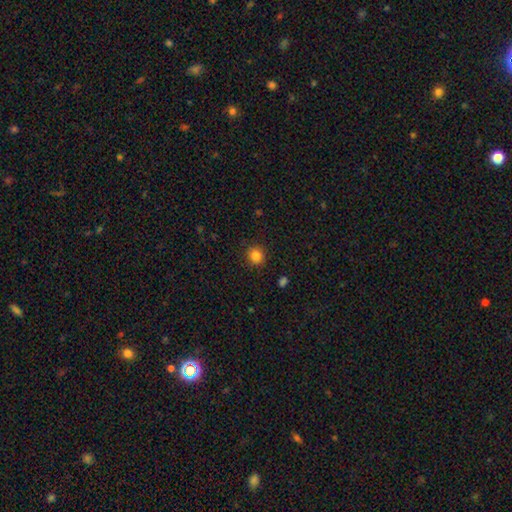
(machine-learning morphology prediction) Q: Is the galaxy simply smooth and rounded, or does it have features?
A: smooth — 84%.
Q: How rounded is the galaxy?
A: round — 89%.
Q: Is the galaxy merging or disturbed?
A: none — 89%.